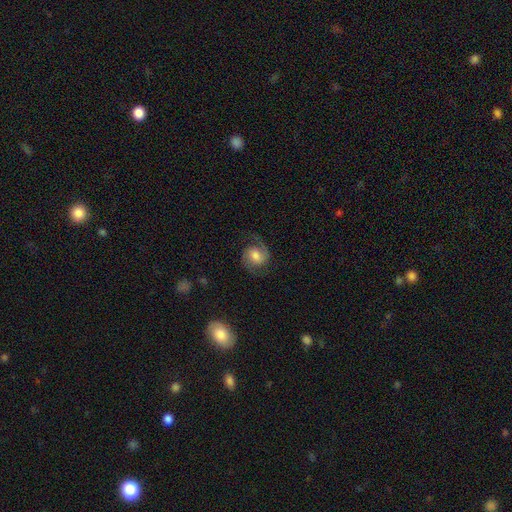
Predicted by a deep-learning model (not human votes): Smooth or featured?
  - featured or disk: 77% *
  - smooth: 16%
  - star or artifact: 7%
Edge-on disk?
  - no: 98% *
  - yes: 2%
Bar?
  - no: 47% *
  - weak: 43%
  - strong: 9%
Spiral arms?
  - yes: 96% *
  - no: 4%
Spiral winding?
  - medium: 51% *
  - tight: 25%
  - loose: 24%
Spiral arm count?
  - 2: 87% *
  - 1: 7%
  - can't tell: 3%
  - 3: 1%
  - 4: 1%
  - more than 4: 1%
Bulge size?
  - moderate: 59% *
  - large: 20%
  - small: 15%
  - none: 4%
  - dominant: 2%
Merging?
  - none: 74% *
  - minor disturbance: 16%
  - major disturbance: 10%
  - merger: 1%